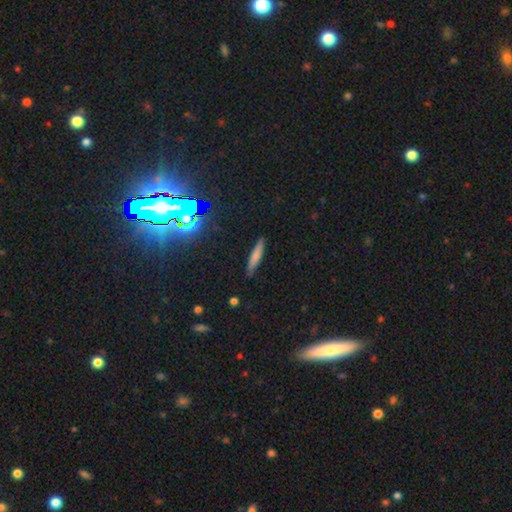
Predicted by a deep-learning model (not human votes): smooth_or_featured: smooth (p=0.69) [alt: featured or disk p=0.21]
how_rounded: cigar-shaped (p=0.89) [alt: in between p=0.09]
merging: none (p=0.85) [alt: minor disturbance p=0.11]